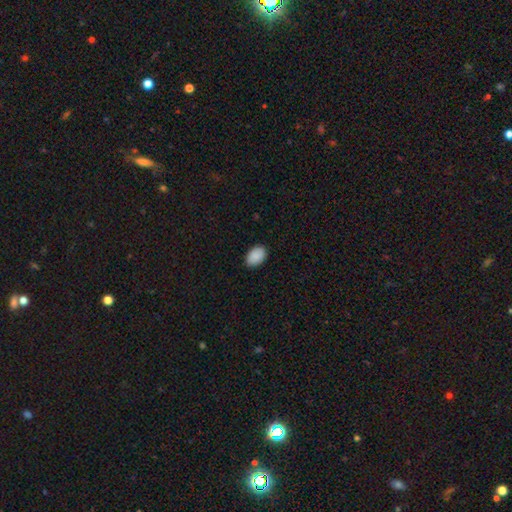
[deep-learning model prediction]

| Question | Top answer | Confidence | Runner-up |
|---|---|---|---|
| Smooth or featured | smooth | 90% | star or artifact (7%) |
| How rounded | in between | 88% | round (11%) |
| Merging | none | 87% | minor disturbance (10%) |